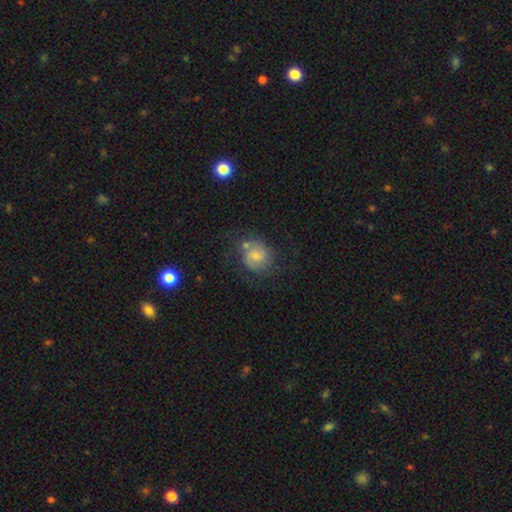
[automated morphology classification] Smooth or featured?
  - featured or disk: 46% *
  - smooth: 43%
  - star or artifact: 11%
Merging?
  - none: 60% *
  - minor disturbance: 21%
  - major disturbance: 11%
  - merger: 9%